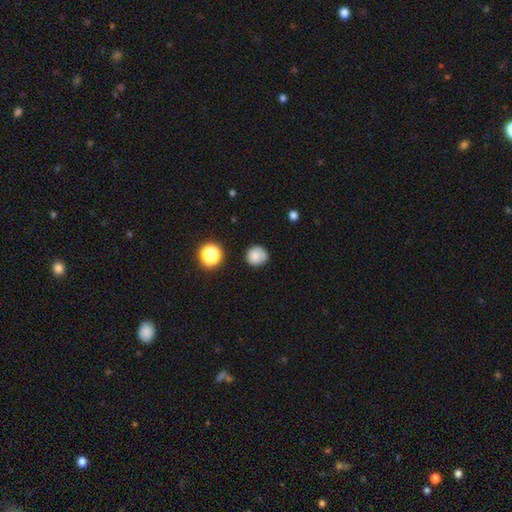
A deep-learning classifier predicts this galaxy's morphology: Q: Smooth or featured?
A: smooth (79%); runner-up: star or artifact (11%)
Q: How rounded?
A: round (88%); runner-up: in between (11%)
Q: Merging?
A: none (72%); runner-up: minor disturbance (20%)